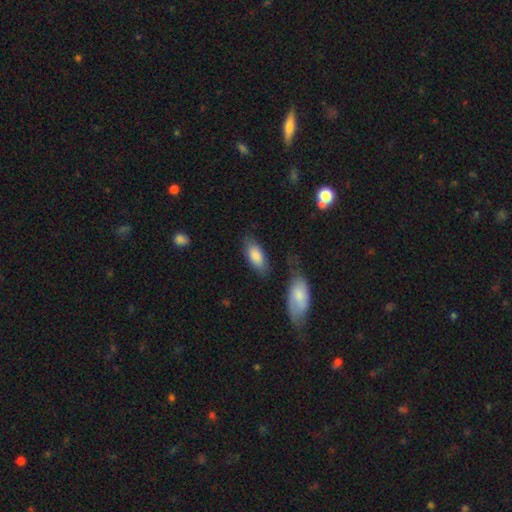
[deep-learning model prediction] Smooth or featured?
  - smooth: 85% *
  - featured or disk: 9%
  - star or artifact: 6%
How rounded?
  - in between: 87% *
  - cigar-shaped: 11%
  - round: 2%
Merging?
  - none: 68% *
  - minor disturbance: 18%
  - merger: 8%
  - major disturbance: 6%